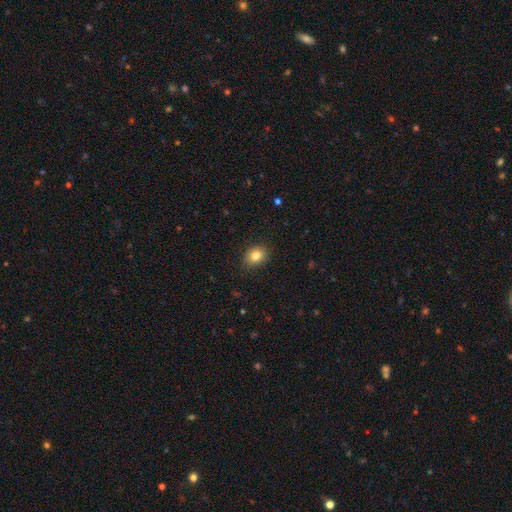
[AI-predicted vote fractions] smooth-or-featured: smooth: 82% | star or artifact: 10% | featured or disk: 8%
  how-rounded: in between: 55% | round: 44% | cigar-shaped: 1%
  merging: none: 87% | minor disturbance: 10% | major disturbance: 2% | merger: 1%